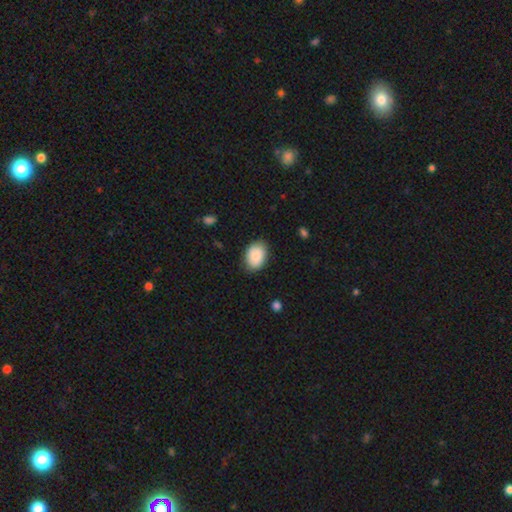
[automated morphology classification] This appears to be a smooth galaxy with no disk features (89%) that is in between round and cigar-shaped (83%). Merging: none (82%).